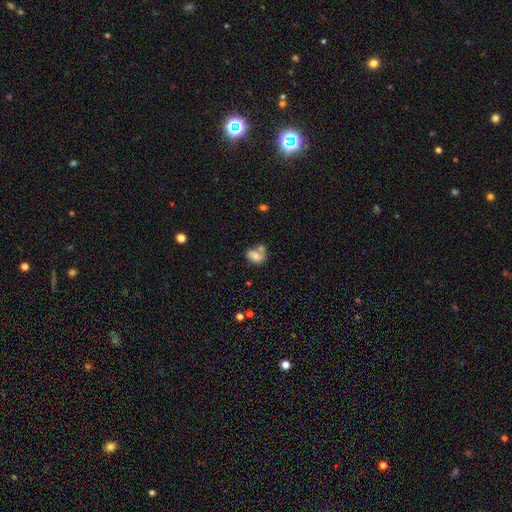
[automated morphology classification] Smooth or featured: smooth — 64% (featured or disk — 26%)
How rounded: in between — 69% (round — 29%)
Merging: merger — 42% (none — 29%)